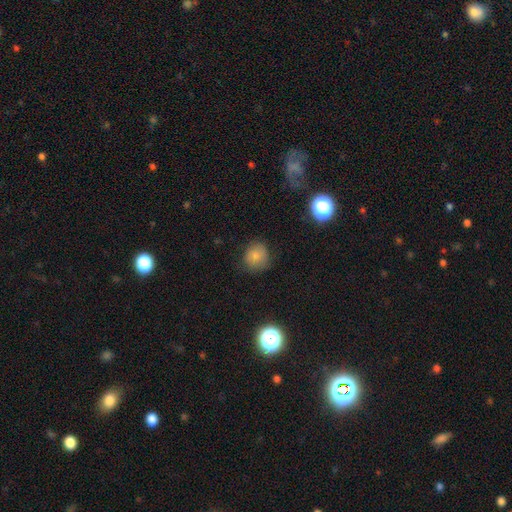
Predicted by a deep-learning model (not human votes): This is likely a smooth galaxy (78%). How rounded: clearly round (82%). Merging: likely none (74%).